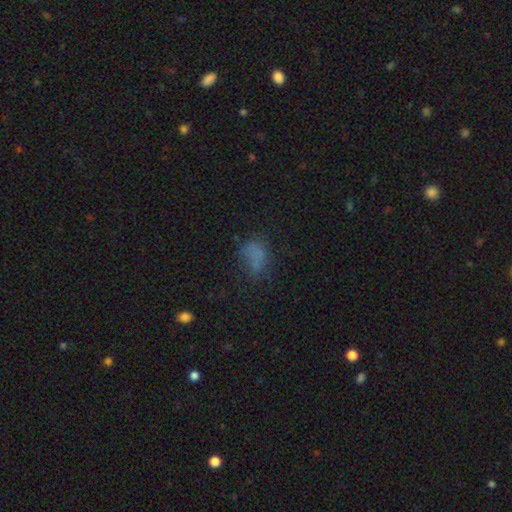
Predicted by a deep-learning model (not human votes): This appears to be a smooth galaxy with no disk features (61%) that is in between round and cigar-shaped (79%). Merging: none (42%).